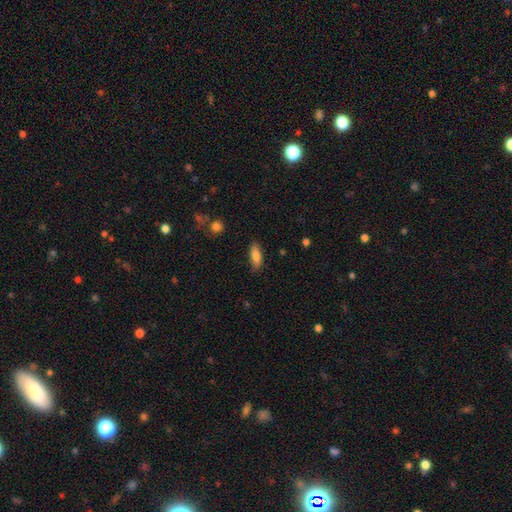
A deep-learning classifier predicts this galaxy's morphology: Smooth or featured? smooth (81%)
How rounded? in between (70%)
Merging? none (82%)